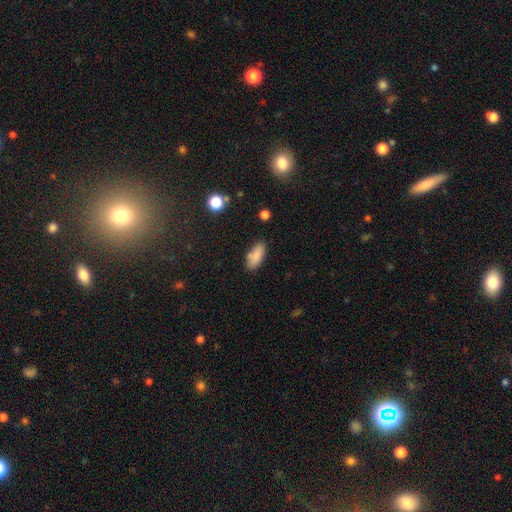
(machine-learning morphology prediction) smooth_or_featured: smooth (p=0.85) [alt: star or artifact p=0.08]
how_rounded: in between (p=0.85) [alt: cigar-shaped p=0.12]
merging: none (p=0.75) [alt: minor disturbance p=0.17]